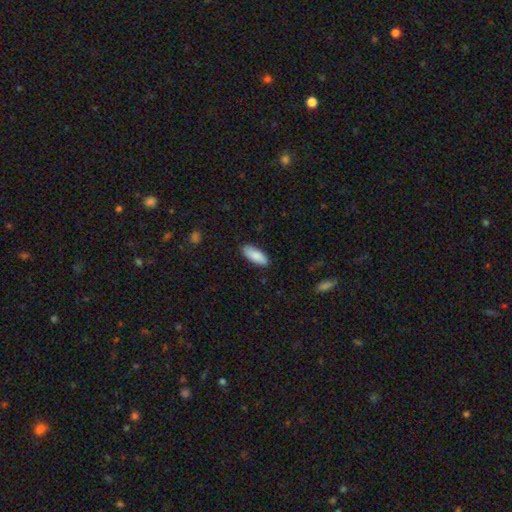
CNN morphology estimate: Overall: smooth (87%). How rounded: in between (78%). Merging: none (88%).